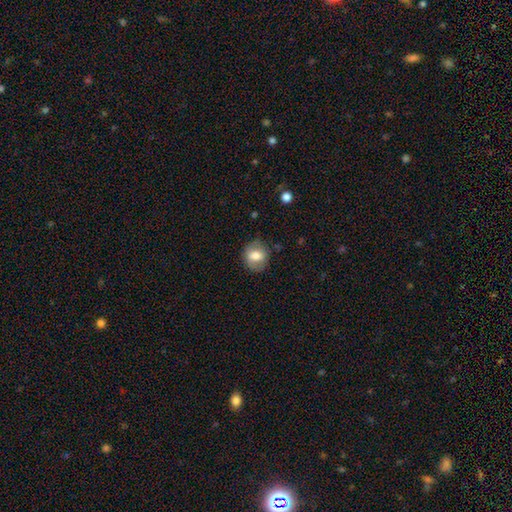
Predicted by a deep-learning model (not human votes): This is likely a smooth galaxy (68%). How rounded: likely round (68%). Merging: likely none (77%).